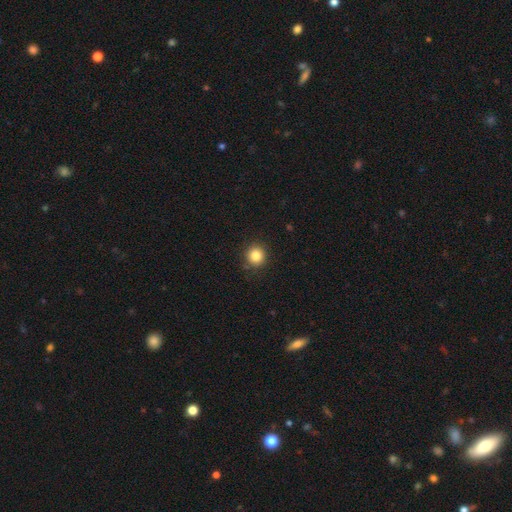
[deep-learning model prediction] Smooth or featured? smooth (84%)
How rounded? round (93%)
Merging? none (89%)